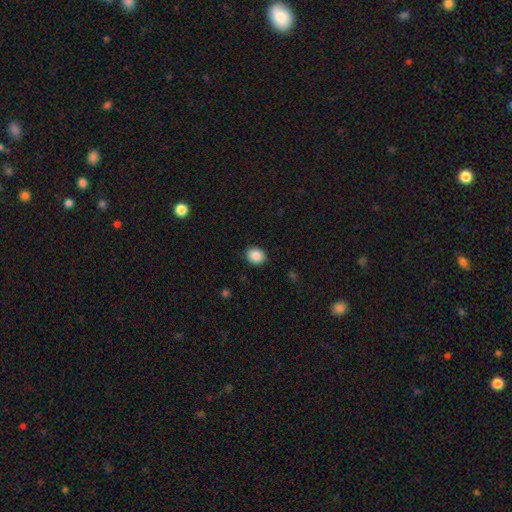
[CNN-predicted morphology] type=smooth (88%); roundness=round (64%); merging=none (89%).